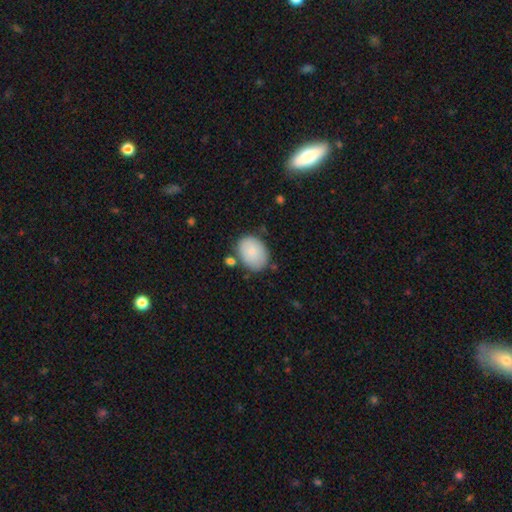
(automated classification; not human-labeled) smooth-or-featured: smooth: 84% | featured or disk: 10% | star or artifact: 6%
  how-rounded: in between: 75% | round: 24% | cigar-shaped: 1%
  merging: none: 74% | minor disturbance: 16% | merger: 6% | major disturbance: 4%